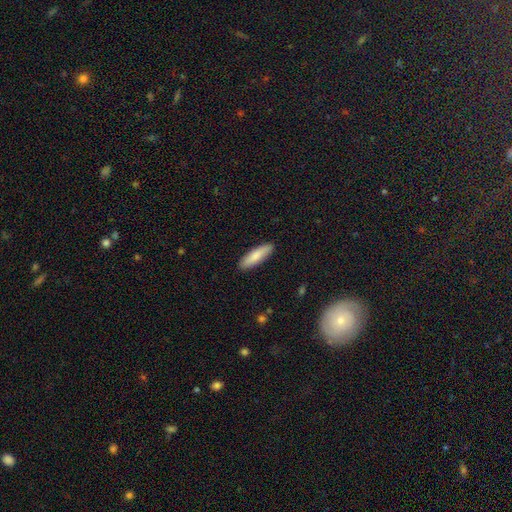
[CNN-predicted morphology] Smooth or featured?
  - smooth: 82% *
  - featured or disk: 13%
  - star or artifact: 5%
How rounded?
  - cigar-shaped: 66% *
  - in between: 33%
  - round: 1%
Merging?
  - none: 89% *
  - minor disturbance: 8%
  - major disturbance: 2%
  - merger: 1%